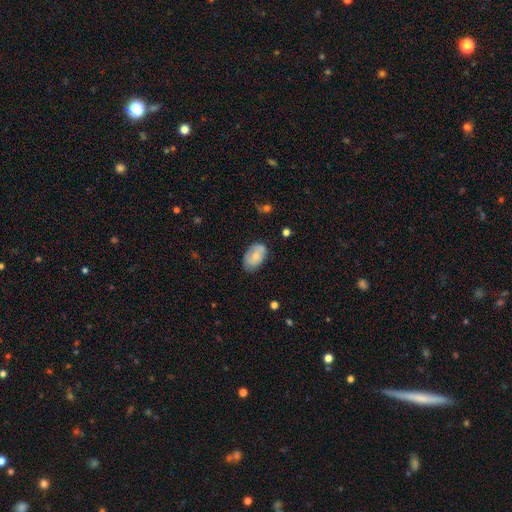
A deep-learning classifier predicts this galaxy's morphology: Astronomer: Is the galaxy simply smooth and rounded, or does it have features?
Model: smooth — 68%.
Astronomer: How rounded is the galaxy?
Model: in between — 90%.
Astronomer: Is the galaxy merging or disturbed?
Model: none — 66%.